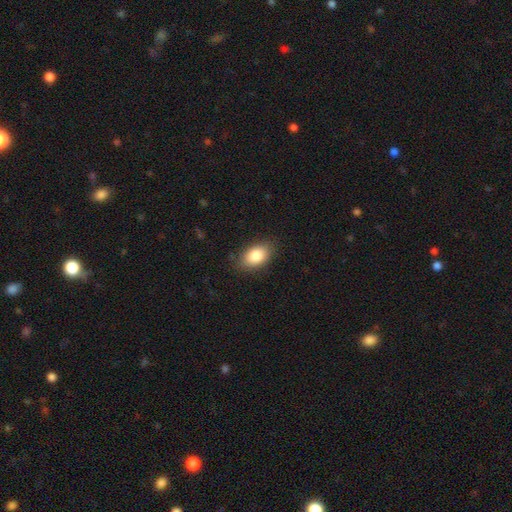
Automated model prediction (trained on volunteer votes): This appears to be a smooth galaxy with no disk features (84%) that is in between round and cigar-shaped (89%). Merging: none (84%).